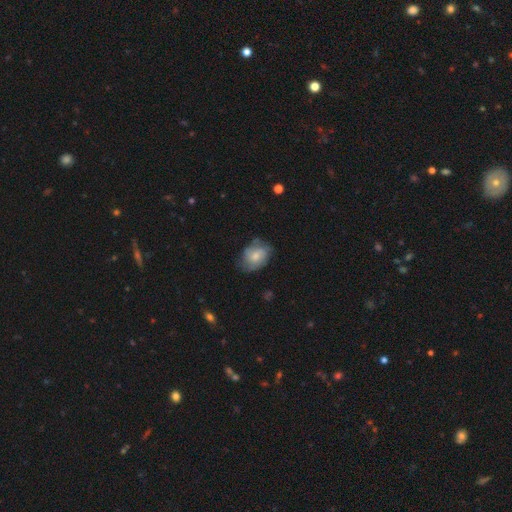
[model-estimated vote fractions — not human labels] Morphology: type=smooth (59%); roundness=in between (71%); merging=none (59%).